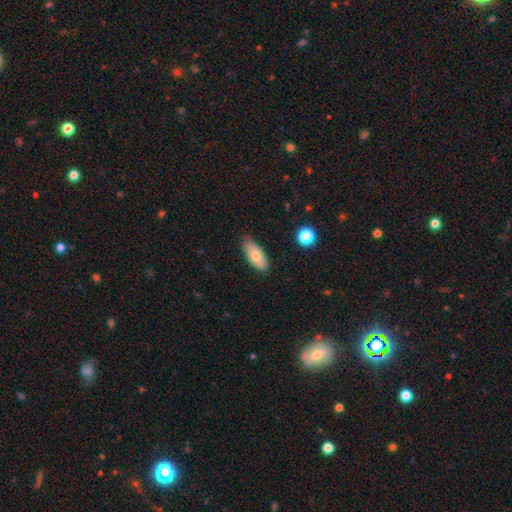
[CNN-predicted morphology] A smooth galaxy with no disk features (73%) that is in between round and cigar-shaped (86%). Merging: none (80%).